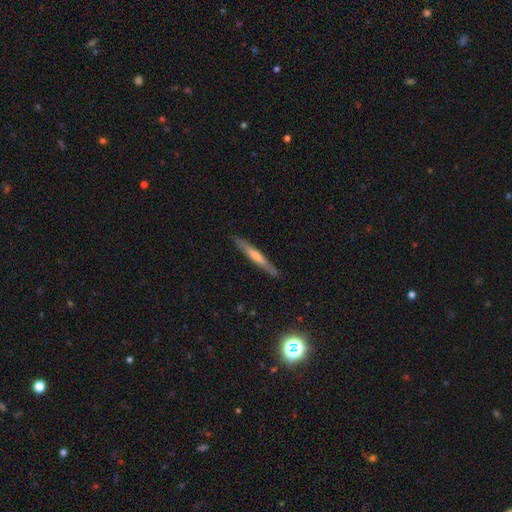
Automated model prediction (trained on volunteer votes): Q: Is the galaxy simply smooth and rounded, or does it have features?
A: featured or disk — 59%.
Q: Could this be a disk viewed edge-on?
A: yes — 95%.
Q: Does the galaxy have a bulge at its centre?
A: rounded — 52%.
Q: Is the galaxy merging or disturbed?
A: none — 89%.